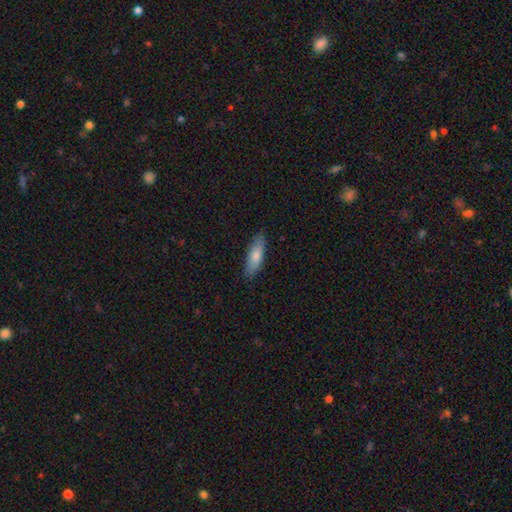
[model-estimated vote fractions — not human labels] smooth-or-featured: smooth: 71% | featured or disk: 23% | star or artifact: 6%
  how-rounded: cigar-shaped: 56% | in between: 42% | round: 2%
  merging: none: 88% | minor disturbance: 9% | major disturbance: 2% | merger: 1%